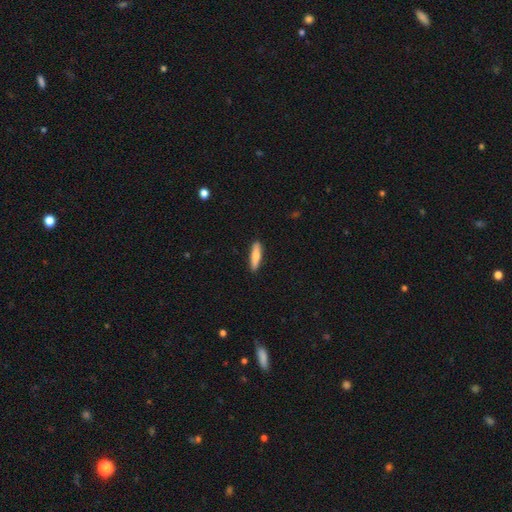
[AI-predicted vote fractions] The model was most divided on "smooth or featured": smooth: 73%, featured or disk: 21%, star or artifact: 5%. More confident: merging — none (90%); how rounded — cigar-shaped (77%).